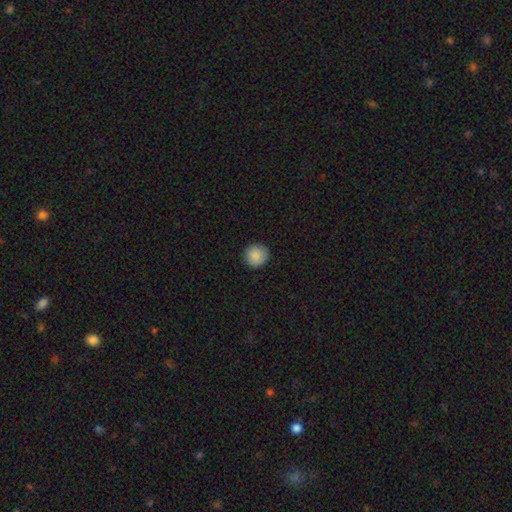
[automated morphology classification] The model was most divided on "smooth or featured": smooth: 89%, star or artifact: 8%, featured or disk: 3%. More confident: how rounded — round (95%); merging — none (91%).